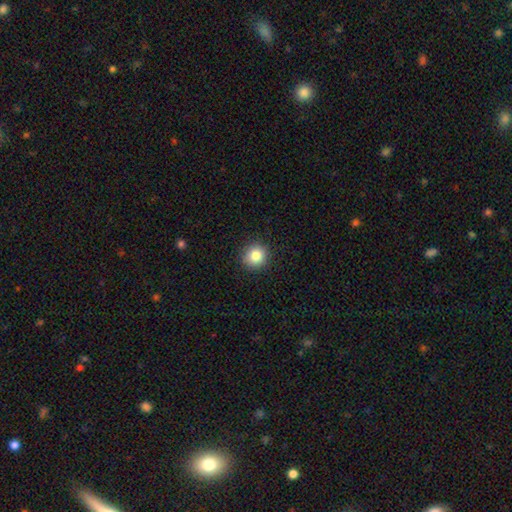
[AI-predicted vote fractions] A smooth galaxy with no disk features (84%) that is round (91%). Merging: none (92%).